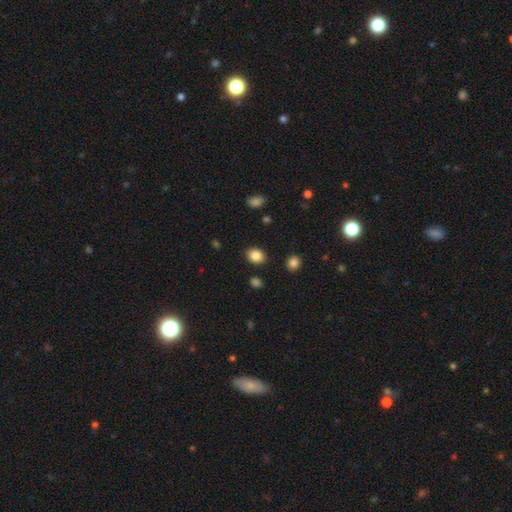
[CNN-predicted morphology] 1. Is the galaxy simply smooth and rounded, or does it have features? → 85% smooth, 9% star or artifact, 5% featured or disk.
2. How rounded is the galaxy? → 52% in between, 47% round, 1% cigar-shaped.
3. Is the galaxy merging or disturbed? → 87% none, 9% minor disturbance, 3% major disturbance, 2% merger.